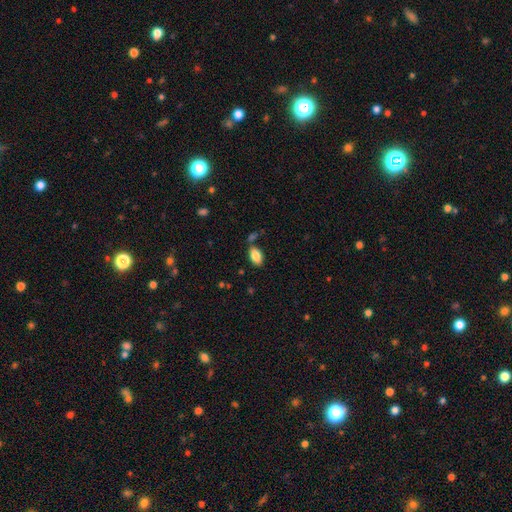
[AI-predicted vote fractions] Q: Smooth or featured?
A: smooth (86%); runner-up: star or artifact (8%)
Q: How rounded?
A: in between (93%); runner-up: round (4%)
Q: Merging?
A: none (72%); runner-up: minor disturbance (14%)